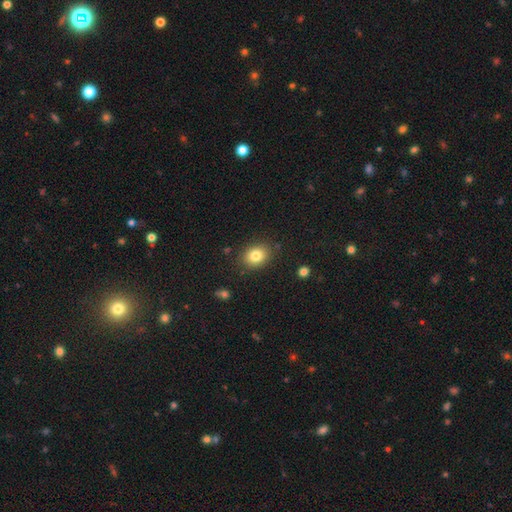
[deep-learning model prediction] Overall: smooth (82%). How rounded: round (50%; in between 49%). Merging: none (86%).